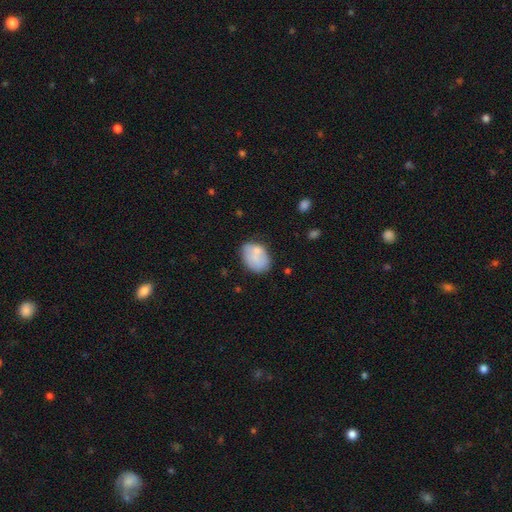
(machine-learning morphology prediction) A smooth galaxy with no disk features (72%) that is in between round and cigar-shaped (76%).

Vote fractions:
- Smooth or featured? smooth: 72% / featured or disk: 20% / star or artifact: 7%
- How rounded? in between: 76% / round: 23% / cigar-shaped: 1%
- Merging? none: 55% / minor disturbance: 25% / merger: 12% / major disturbance: 8%